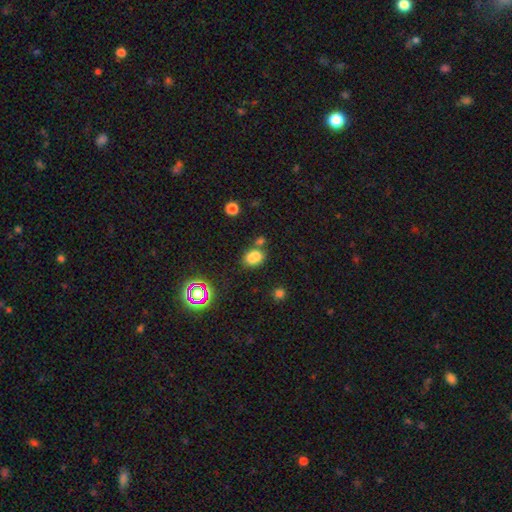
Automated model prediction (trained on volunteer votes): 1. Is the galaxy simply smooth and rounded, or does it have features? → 76% smooth, 16% star or artifact, 8% featured or disk.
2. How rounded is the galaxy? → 62% in between, 36% round, 1% cigar-shaped.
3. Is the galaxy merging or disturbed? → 58% none, 22% merger, 15% minor disturbance, 5% major disturbance.